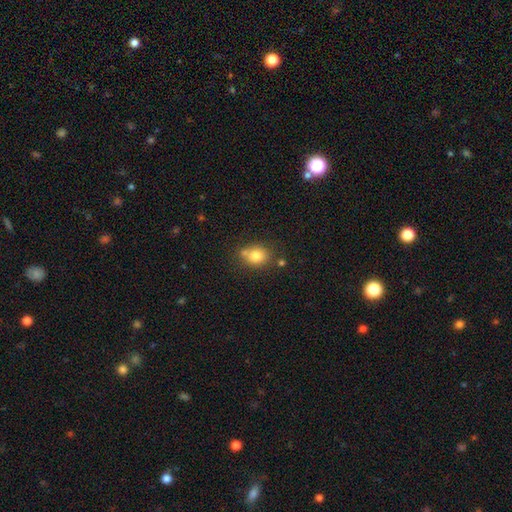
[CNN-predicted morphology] A smooth galaxy with no disk features (80%) that is round (61%).

Vote fractions:
- Smooth or featured? smooth: 80% / star or artifact: 11% / featured or disk: 10%
- How rounded? round: 61% / in between: 38% / cigar-shaped: 1%
- Merging? none: 61% / merger: 18% / minor disturbance: 17% / major disturbance: 5%